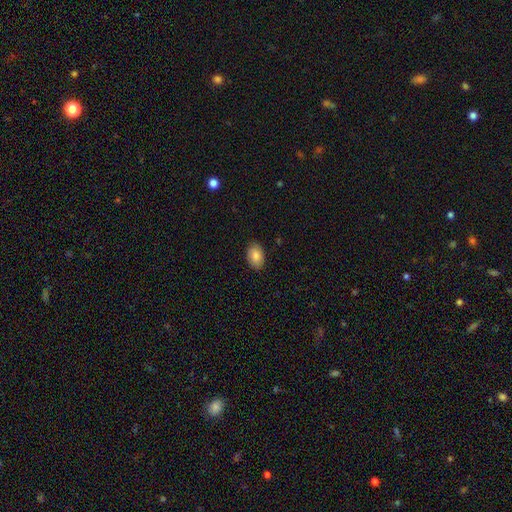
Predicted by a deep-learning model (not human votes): smooth 83%, featured or disk 10%, star or artifact 7%. Down the decision tree: how rounded — in between (85%); merging — none (86%).